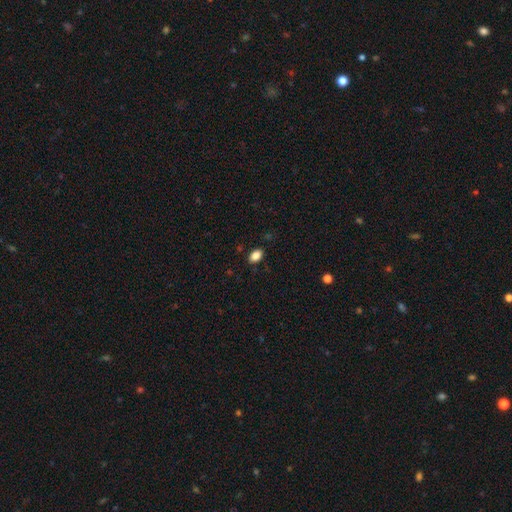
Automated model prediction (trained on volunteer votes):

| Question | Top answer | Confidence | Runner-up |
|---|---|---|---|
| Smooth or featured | smooth | 86% | star or artifact (9%) |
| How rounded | in between | 87% | round (11%) |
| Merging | none | 86% | minor disturbance (10%) |